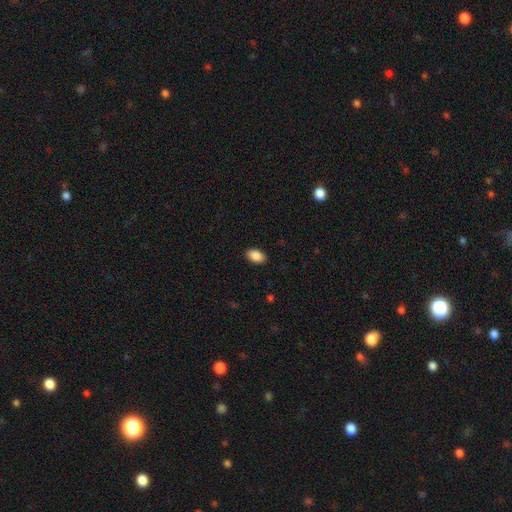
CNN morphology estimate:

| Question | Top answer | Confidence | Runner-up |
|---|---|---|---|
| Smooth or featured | smooth | 88% | star or artifact (7%) |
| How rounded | in between | 92% | round (7%) |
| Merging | none | 89% | minor disturbance (8%) |